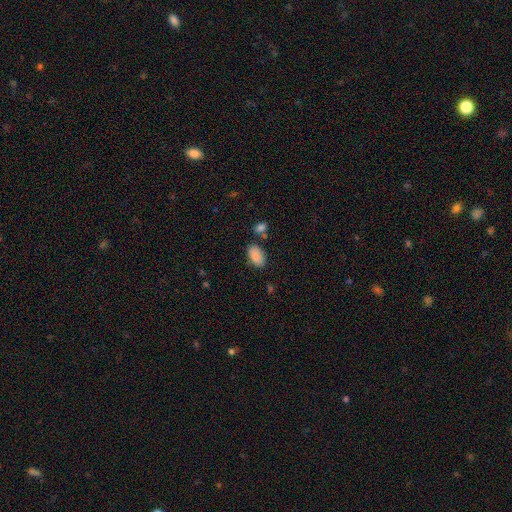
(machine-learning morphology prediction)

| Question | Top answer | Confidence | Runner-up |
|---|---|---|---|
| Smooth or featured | smooth | 89% | star or artifact (7%) |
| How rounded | in between | 94% | round (4%) |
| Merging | none | 76% | minor disturbance (13%) |